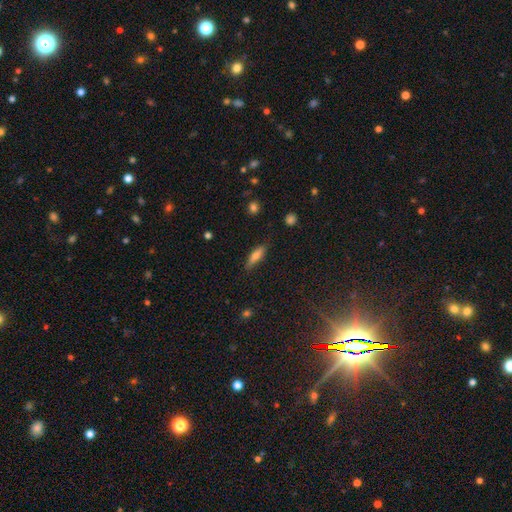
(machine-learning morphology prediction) Smooth or featured? smooth (69%)
How rounded? cigar-shaped (64%)
Merging? none (80%)